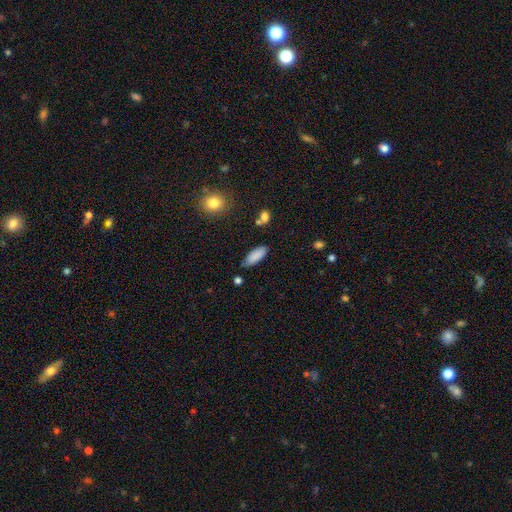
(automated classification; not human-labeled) smooth-or-featured: smooth: 86% | star or artifact: 7% | featured or disk: 7%
  how-rounded: in between: 71% | cigar-shaped: 27% | round: 2%
  merging: none: 78% | minor disturbance: 16% | merger: 3% | major disturbance: 3%